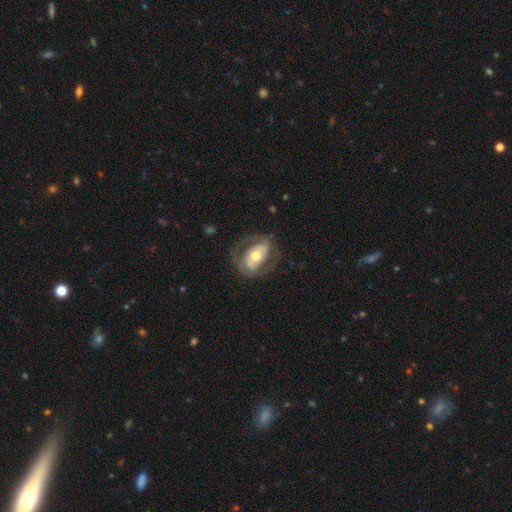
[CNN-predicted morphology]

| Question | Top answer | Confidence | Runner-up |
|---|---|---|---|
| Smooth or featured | featured or disk | 65% | smooth (30%) |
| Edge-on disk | no | 93% | yes (7%) |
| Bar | no | 51% | weak (24%) |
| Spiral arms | no | 51% | yes (49%) |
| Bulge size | moderate | 70% | small (15%) |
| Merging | none | 65% | minor disturbance (18%) |